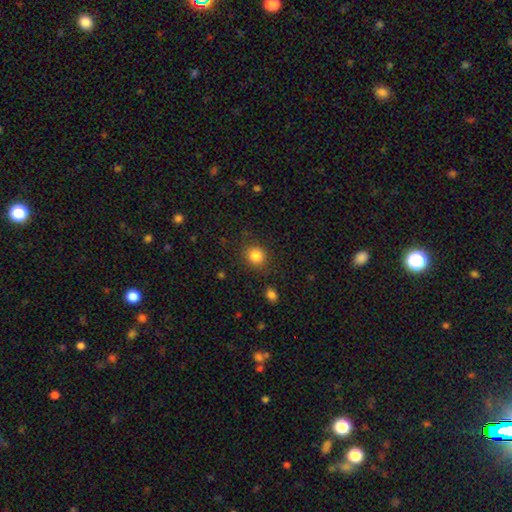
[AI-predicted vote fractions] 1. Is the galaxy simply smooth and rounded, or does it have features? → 85% smooth, 11% star or artifact, 5% featured or disk.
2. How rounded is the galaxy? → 82% round, 17% in between, 1% cigar-shaped.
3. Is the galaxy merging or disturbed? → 84% none, 10% minor disturbance, 4% major disturbance, 2% merger.